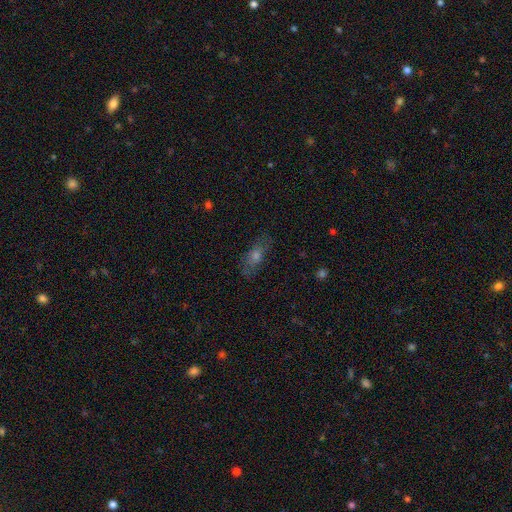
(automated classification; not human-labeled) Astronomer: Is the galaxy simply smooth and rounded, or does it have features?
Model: smooth — 51% (runner-up: featured or disk, 34%).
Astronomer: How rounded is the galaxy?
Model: in between — 64%.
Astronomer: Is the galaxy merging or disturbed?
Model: none — 79%.